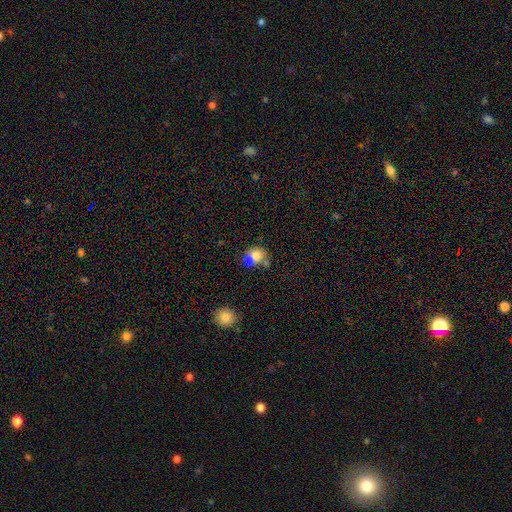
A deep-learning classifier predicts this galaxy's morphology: Overall: smooth (76%). How rounded: in between (60%; round 38%). Merging: none (42%; minor disturbance 26%).